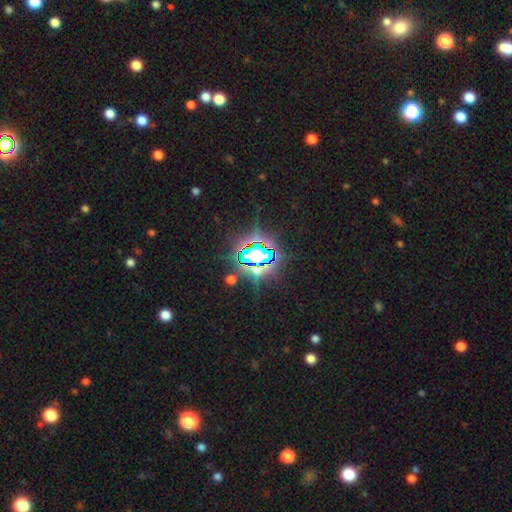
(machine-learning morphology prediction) type=star or artifact (76%).